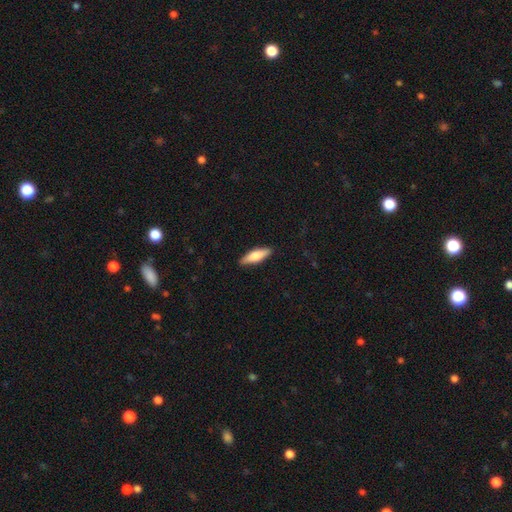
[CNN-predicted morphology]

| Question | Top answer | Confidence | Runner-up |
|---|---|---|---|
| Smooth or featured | smooth | 72% | featured or disk (23%) |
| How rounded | cigar-shaped | 53% | in between (45%) |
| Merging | none | 89% | minor disturbance (8%) |